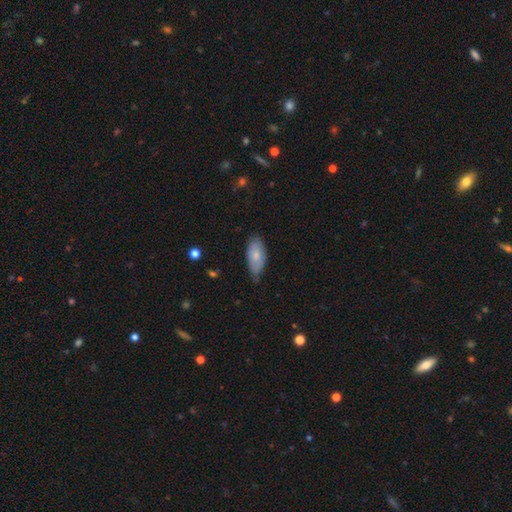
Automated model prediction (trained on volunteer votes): Smooth or featured: smooth — 74% (featured or disk — 20%)
How rounded: in between — 91% (cigar-shaped — 6%)
Merging: none — 62% (minor disturbance — 32%)